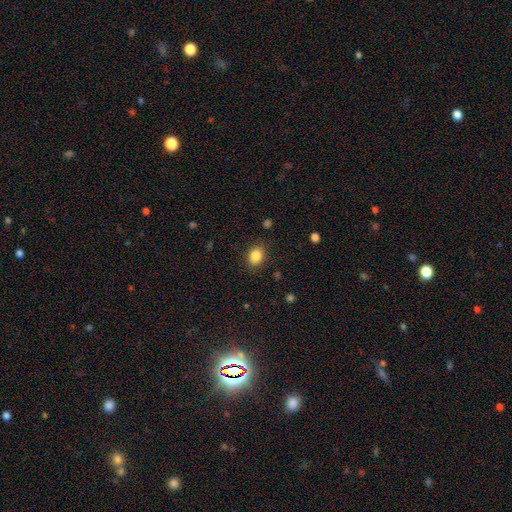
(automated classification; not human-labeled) smooth_or_featured: smooth (p=0.85) [alt: star or artifact p=0.09]
how_rounded: in between (p=0.65) [alt: round p=0.34]
merging: none (p=0.86) [alt: minor disturbance p=0.10]